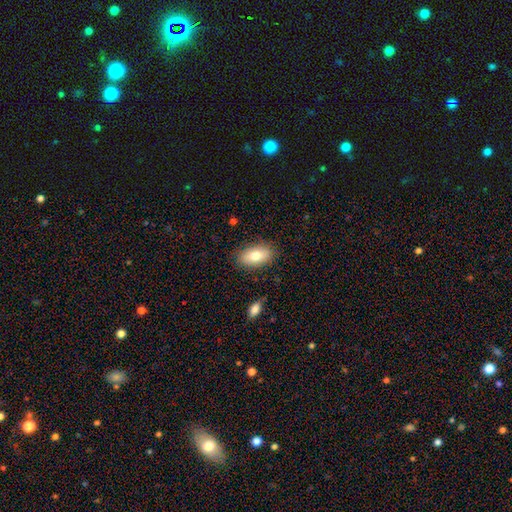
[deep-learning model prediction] Morphology: type=smooth (77%); roundness=in between (91%); merging=none (85%).